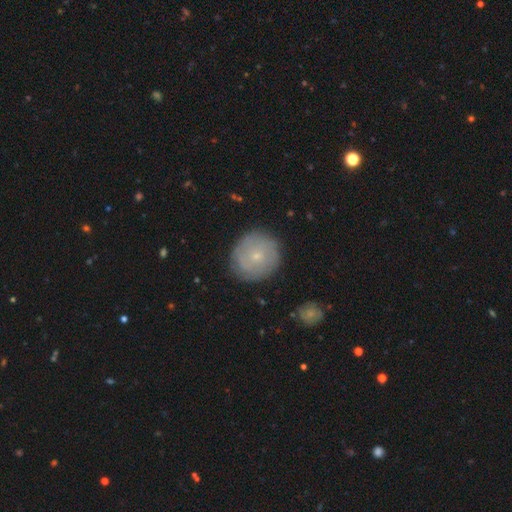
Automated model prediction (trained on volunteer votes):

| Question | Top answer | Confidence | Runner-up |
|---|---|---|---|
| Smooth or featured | smooth | 53% | featured or disk (38%) |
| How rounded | round | 88% | in between (11%) |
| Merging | none | 85% | minor disturbance (11%) |